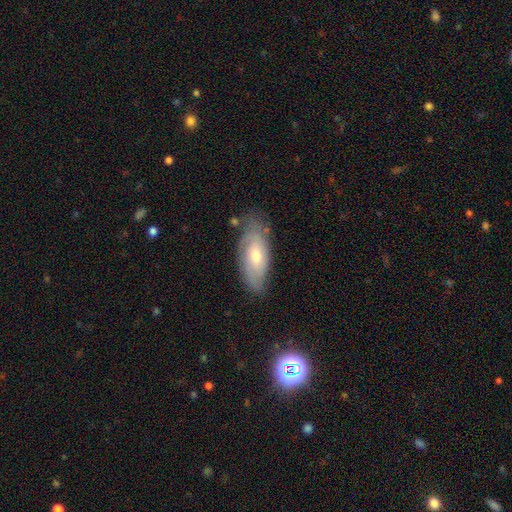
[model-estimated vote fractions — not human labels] Smooth or featured? featured or disk (55%)
Edge-on disk? no (84%)
Merging? none (71%)